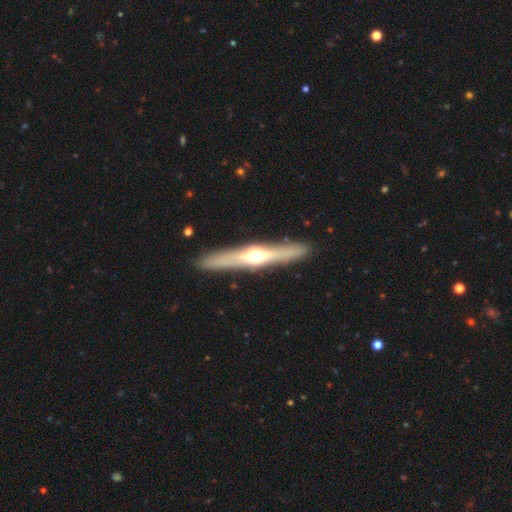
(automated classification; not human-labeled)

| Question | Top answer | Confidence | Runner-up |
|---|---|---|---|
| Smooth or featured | featured or disk | 67% | smooth (27%) |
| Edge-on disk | yes | 95% | no (5%) |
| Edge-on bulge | rounded | 94% | none (3%) |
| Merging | none | 90% | minor disturbance (7%) |